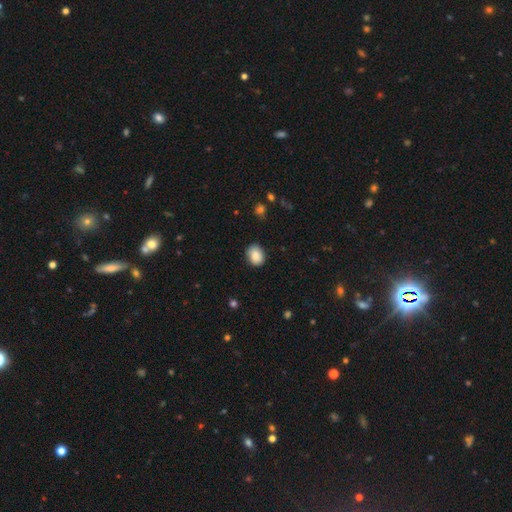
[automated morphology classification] A smooth galaxy with no disk features (85%) that is in between round and cigar-shaped (53%). Merging: none (81%).